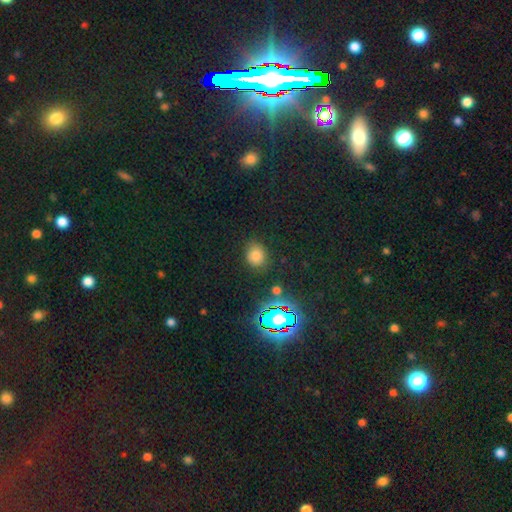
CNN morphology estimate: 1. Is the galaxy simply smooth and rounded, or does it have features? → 74% smooth, 20% star or artifact, 6% featured or disk.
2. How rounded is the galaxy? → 62% round, 37% in between, 1% cigar-shaped.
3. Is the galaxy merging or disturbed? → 81% none, 13% minor disturbance, 4% major disturbance, 2% merger.